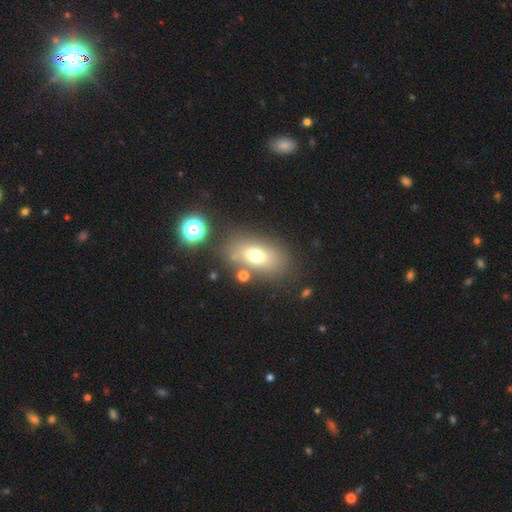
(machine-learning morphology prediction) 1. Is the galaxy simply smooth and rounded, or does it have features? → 70% smooth, 17% featured or disk, 13% star or artifact.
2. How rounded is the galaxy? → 80% in between, 15% round, 5% cigar-shaped.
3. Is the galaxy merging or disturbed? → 72% none, 13% minor disturbance, 8% merger, 6% major disturbance.